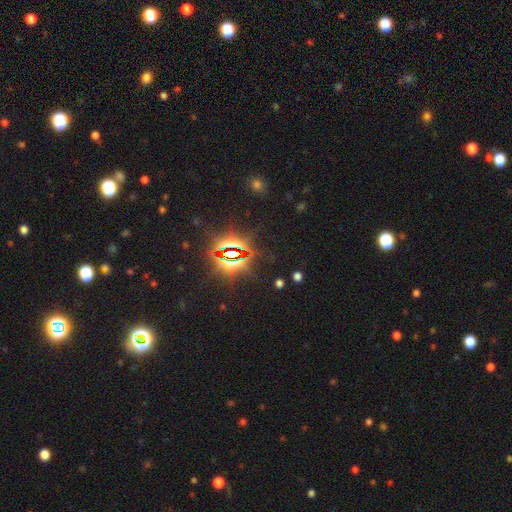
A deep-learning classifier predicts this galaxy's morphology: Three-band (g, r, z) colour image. It shows a star or artifact, not a galaxy (82%).